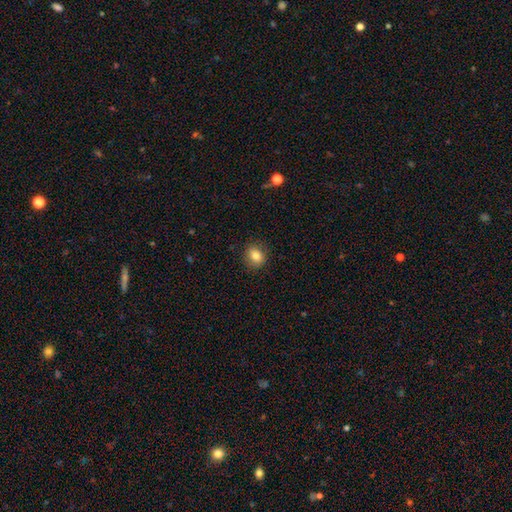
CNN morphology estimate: Q: Smooth or featured?
A: smooth (82%); runner-up: star or artifact (10%)
Q: How rounded?
A: round (57%); runner-up: in between (41%)
Q: Merging?
A: none (86%); runner-up: minor disturbance (10%)